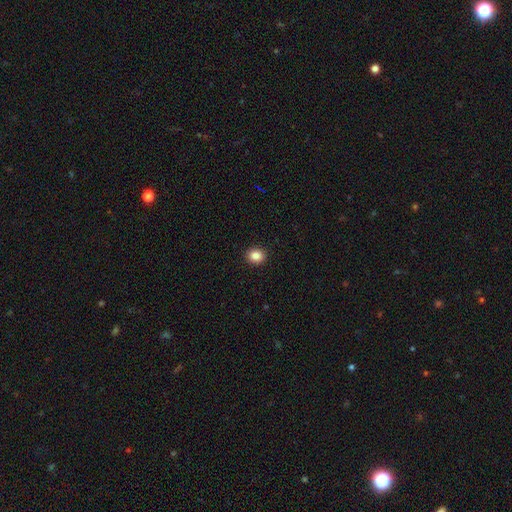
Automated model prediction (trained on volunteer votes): smooth 86%, star or artifact 10%, featured or disk 5%. Down the decision tree: how rounded — round (69%); merging — none (92%).